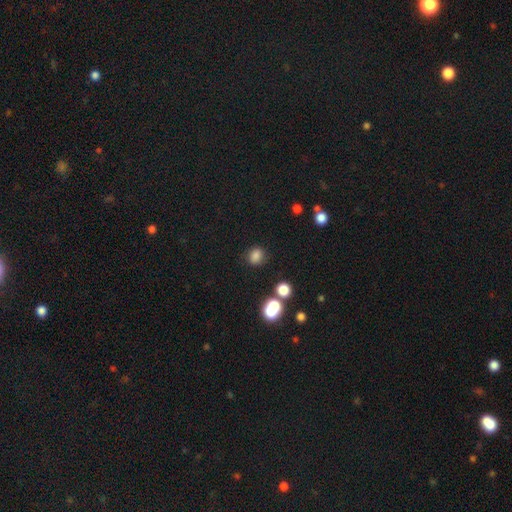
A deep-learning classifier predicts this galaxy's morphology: Overall: smooth (81%). How rounded: round (64%; in between 35%). Merging: none (81%).